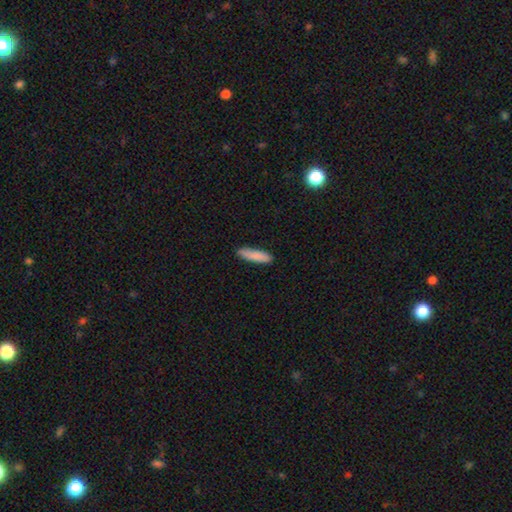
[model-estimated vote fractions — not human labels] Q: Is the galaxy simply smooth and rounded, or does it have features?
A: smooth — 87%.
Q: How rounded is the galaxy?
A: cigar-shaped — 72%.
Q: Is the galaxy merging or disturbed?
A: none — 86%.